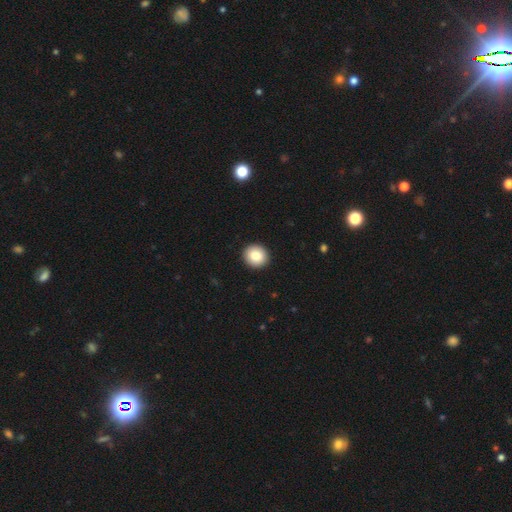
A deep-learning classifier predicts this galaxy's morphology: smooth 84%, star or artifact 8%, featured or disk 7%. Down the decision tree: how rounded — round (89%); merging — none (93%).